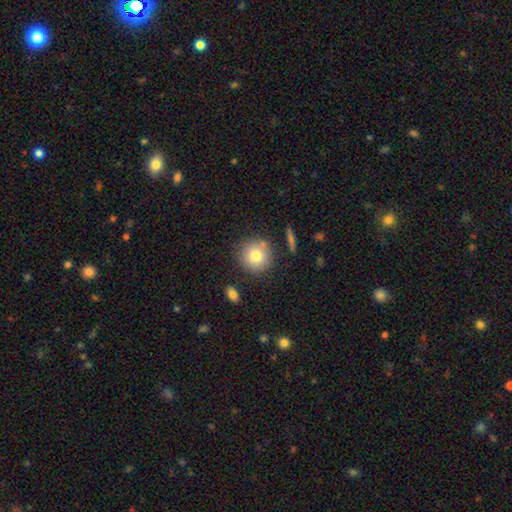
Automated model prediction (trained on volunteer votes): A smooth galaxy with no disk features (80%) that is round (93%). Merging: none (79%).